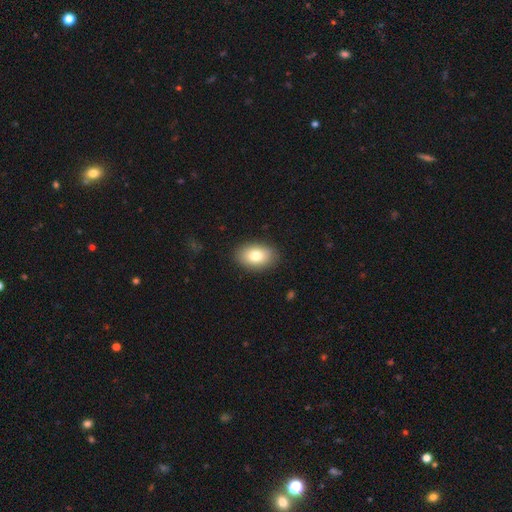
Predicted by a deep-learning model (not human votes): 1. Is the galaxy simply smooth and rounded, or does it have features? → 79% smooth, 13% featured or disk, 8% star or artifact.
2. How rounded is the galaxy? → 86% in between, 12% round, 1% cigar-shaped.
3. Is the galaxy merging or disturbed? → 88% none, 9% minor disturbance, 2% major disturbance, 1% merger.